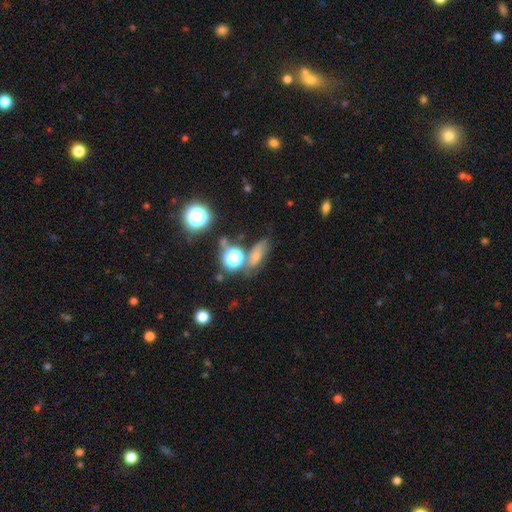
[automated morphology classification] Smooth or featured?
  - smooth: 54% *
  - star or artifact: 29%
  - featured or disk: 17%
How rounded?
  - in between: 55% *
  - round: 27%
  - cigar-shaped: 17%
Merging?
  - none: 56% *
  - minor disturbance: 18%
  - merger: 16%
  - major disturbance: 9%